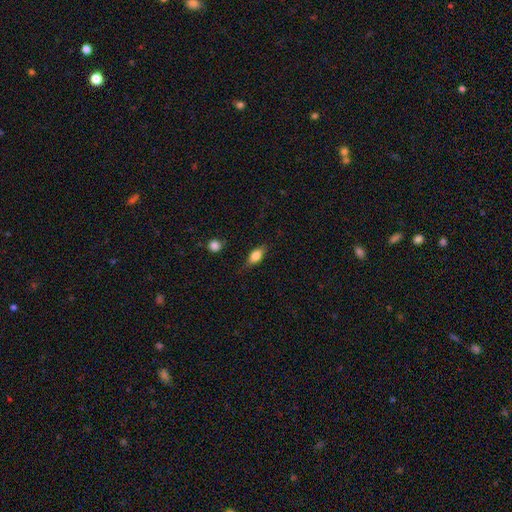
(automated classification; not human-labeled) smooth-or-featured: smooth: 74% | featured or disk: 18% | star or artifact: 8%
  how-rounded: in between: 79% | cigar-shaped: 14% | round: 7%
  merging: none: 78% | minor disturbance: 17% | major disturbance: 4% | merger: 2%